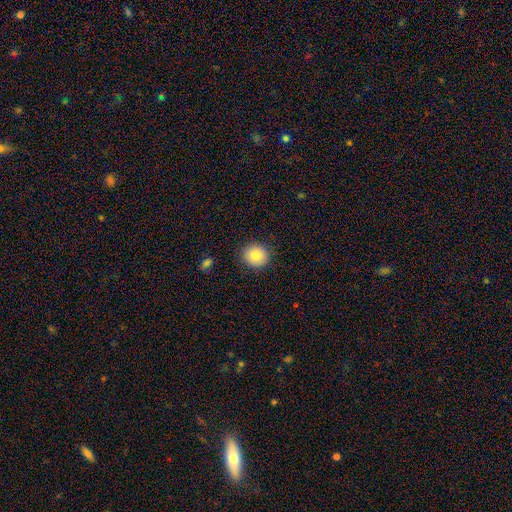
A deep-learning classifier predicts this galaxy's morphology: This appears to be a smooth galaxy with no disk features (85%) that is round (82%). Merging: none (88%).